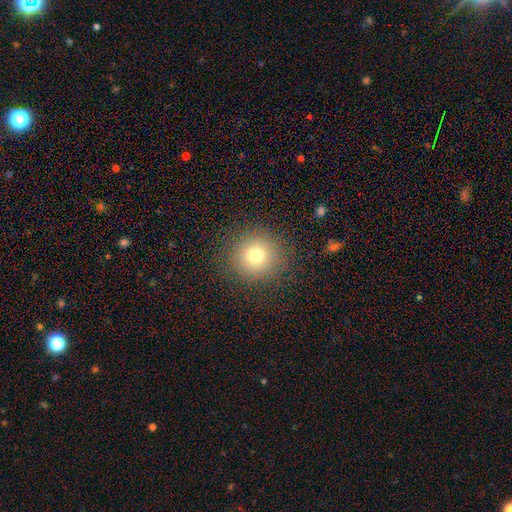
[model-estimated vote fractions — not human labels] Overall: smooth (73%). How rounded: round (94%). Merging: none (88%).